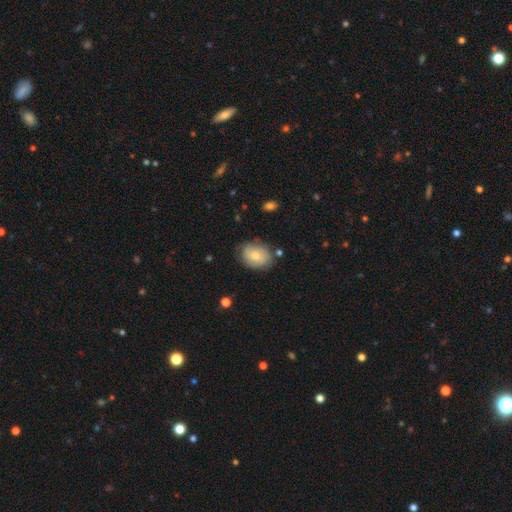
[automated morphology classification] Smooth or featured? smooth (65%)
How rounded? in between (62%)
Merging? none (74%)